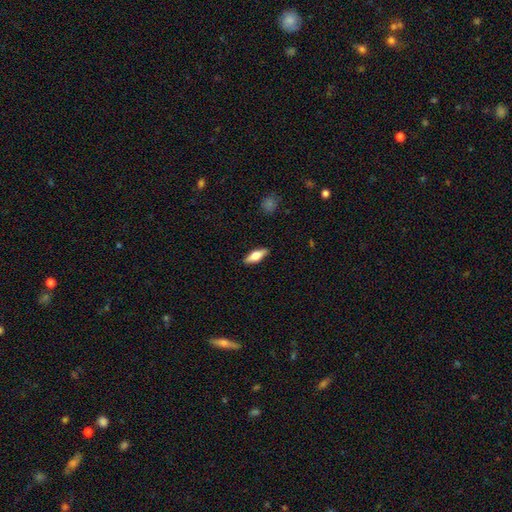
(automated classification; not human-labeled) Overall: smooth (58%; featured or disk 36%). How rounded: in between (62%; cigar-shaped 35%). Merging: none (88%).